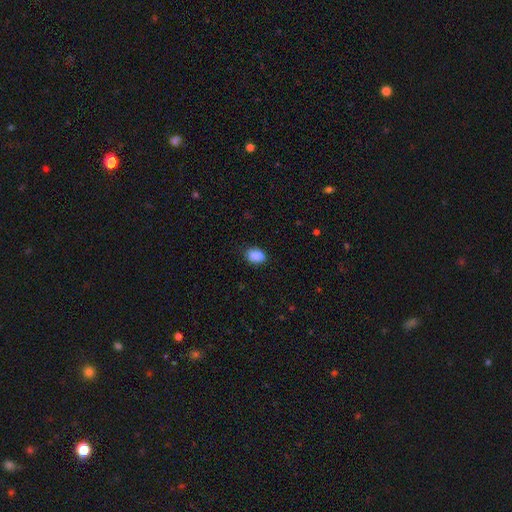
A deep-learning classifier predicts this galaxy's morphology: The model was most divided on "how rounded": in between: 73%, round: 26%, cigar-shaped: 1%. More confident: smooth or featured — smooth (85%); merging — none (70%).